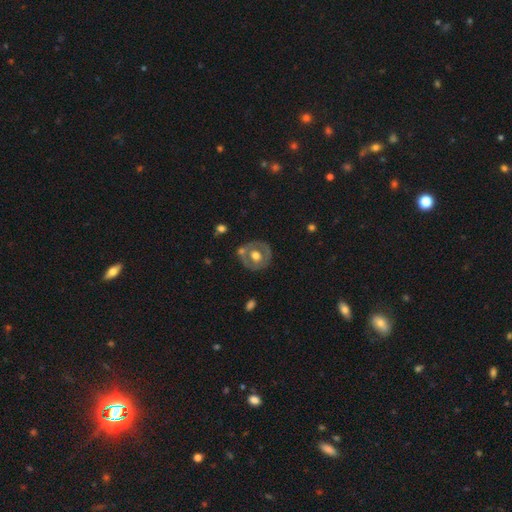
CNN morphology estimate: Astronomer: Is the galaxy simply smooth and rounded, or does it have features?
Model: featured or disk — 54% (runner-up: smooth, 40%).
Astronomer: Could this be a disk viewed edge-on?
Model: no — 94%.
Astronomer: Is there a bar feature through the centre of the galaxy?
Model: no — 81%.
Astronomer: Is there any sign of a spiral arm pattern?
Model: no — 86%.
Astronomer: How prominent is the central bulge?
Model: moderate — 64%.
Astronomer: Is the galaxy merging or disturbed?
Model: none — 70%.